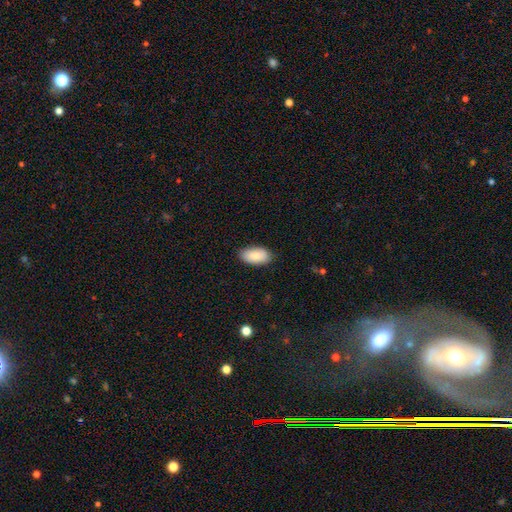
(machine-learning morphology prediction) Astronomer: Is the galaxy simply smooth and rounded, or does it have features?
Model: smooth — 86%.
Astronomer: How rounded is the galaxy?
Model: in between — 95%.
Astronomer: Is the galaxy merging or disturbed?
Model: none — 85%.